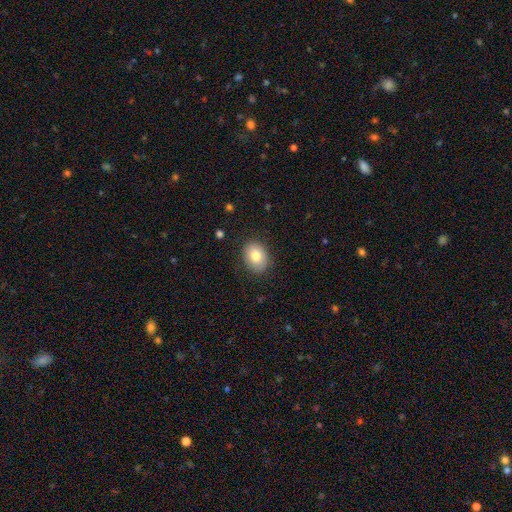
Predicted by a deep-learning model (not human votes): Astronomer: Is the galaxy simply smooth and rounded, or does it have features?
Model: smooth — 80%.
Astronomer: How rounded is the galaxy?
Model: in between — 62% (runner-up: round, 38%).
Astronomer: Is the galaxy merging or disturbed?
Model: none — 86%.